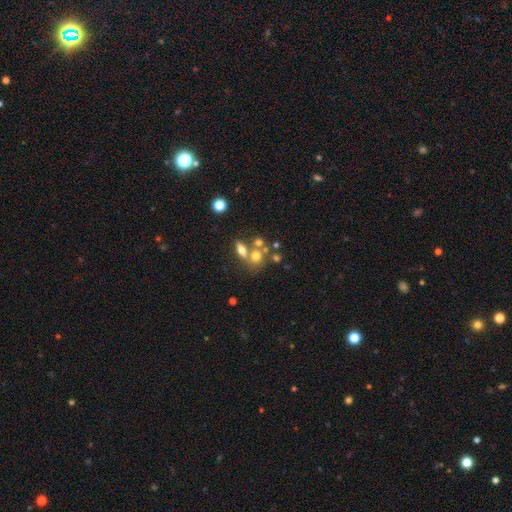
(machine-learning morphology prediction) Smooth or featured? smooth (62%)
How rounded? round (47%, tied with in between)
Merging? merger (44%)